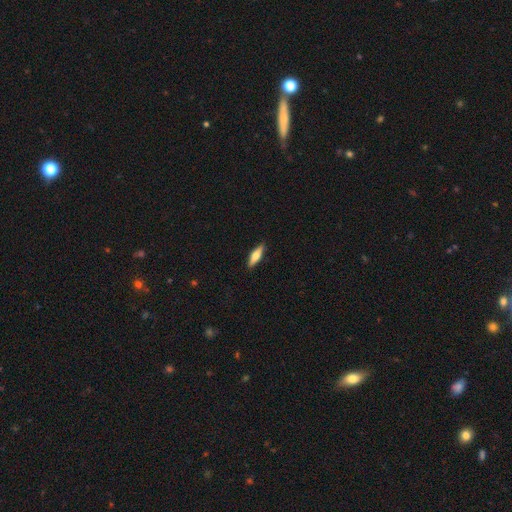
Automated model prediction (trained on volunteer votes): Morphology: type=smooth (60%); roundness=cigar-shaped (62%); merging=none (89%).